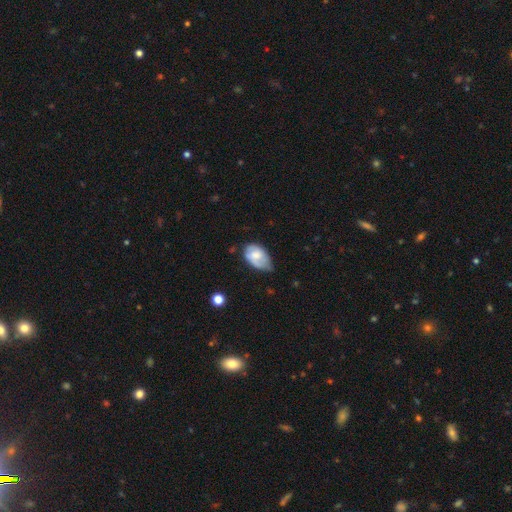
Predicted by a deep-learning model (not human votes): Smooth or featured? Predicted: smooth (p=0.60). How rounded? Predicted: in between (p=0.90). Merging? Predicted: minor disturbance (p=0.47).